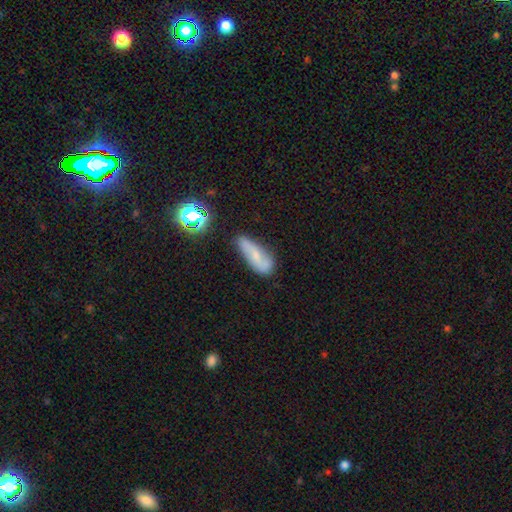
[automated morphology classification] Smooth or featured? Predicted: smooth (p=0.51). How rounded? Predicted: in between (p=0.61). Merging? Predicted: none (p=0.55).